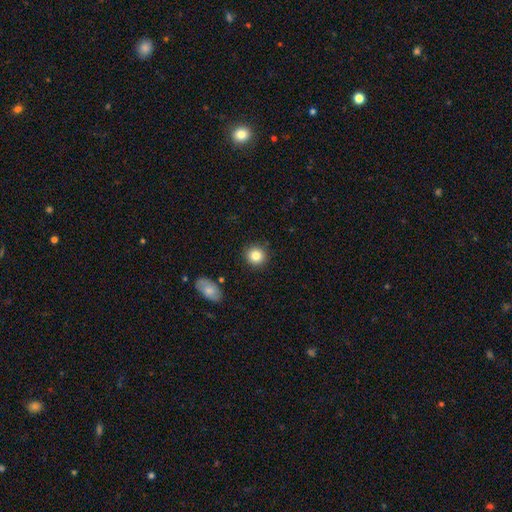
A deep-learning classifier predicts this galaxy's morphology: type=smooth (83%); roundness=round (91%); merging=none (89%).